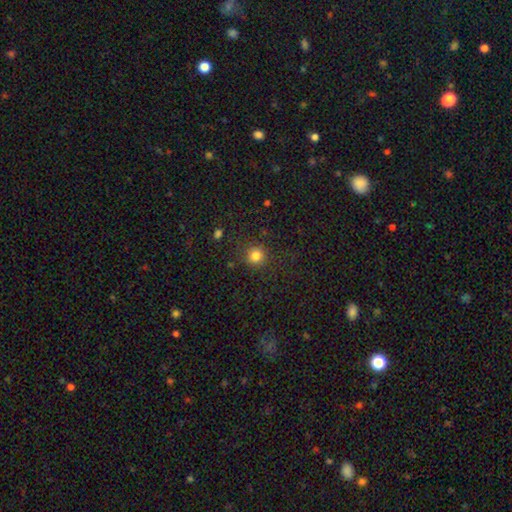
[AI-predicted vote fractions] This is clearly a smooth galaxy (81%). How rounded: clearly round (93%). Merging: clearly none (87%).